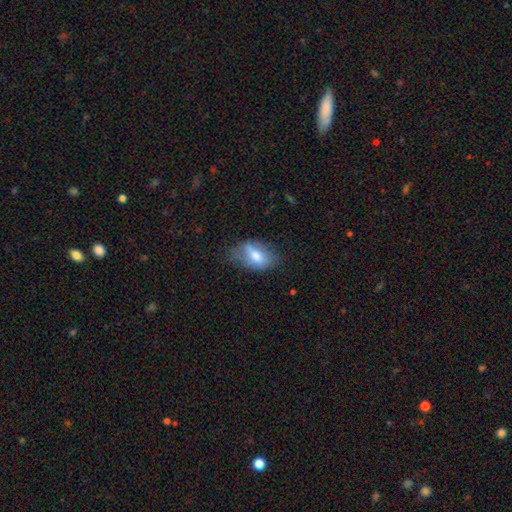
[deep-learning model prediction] Smooth or featured?
  - smooth: 67% *
  - featured or disk: 25%
  - star or artifact: 8%
How rounded?
  - in between: 89% *
  - round: 8%
  - cigar-shaped: 3%
Merging?
  - none: 54% *
  - minor disturbance: 32%
  - major disturbance: 11%
  - merger: 2%